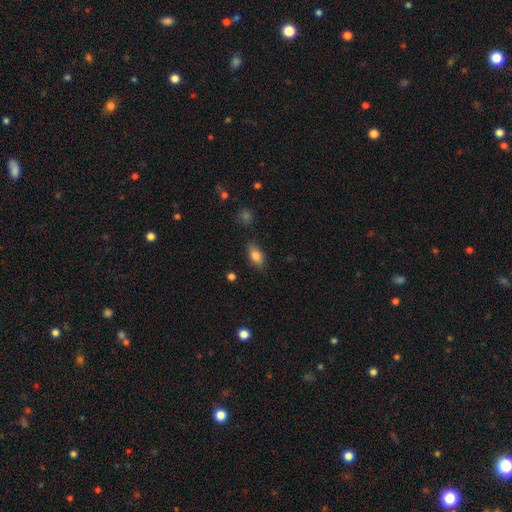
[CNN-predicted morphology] Smooth or featured?
  - smooth: 82% *
  - featured or disk: 10%
  - star or artifact: 8%
How rounded?
  - in between: 87% *
  - cigar-shaped: 7%
  - round: 6%
Merging?
  - none: 79% *
  - minor disturbance: 15%
  - major disturbance: 4%
  - merger: 2%